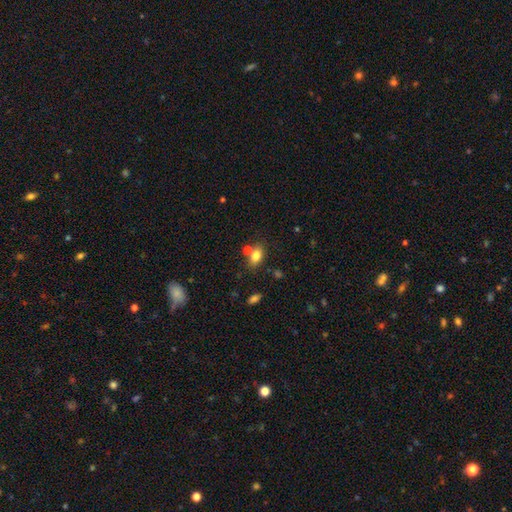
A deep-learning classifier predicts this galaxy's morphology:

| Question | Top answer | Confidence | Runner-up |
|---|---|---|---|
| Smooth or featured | smooth | 80% | featured or disk (10%) |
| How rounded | in between | 81% | round (16%) |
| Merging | none | 62% | merger (22%) |